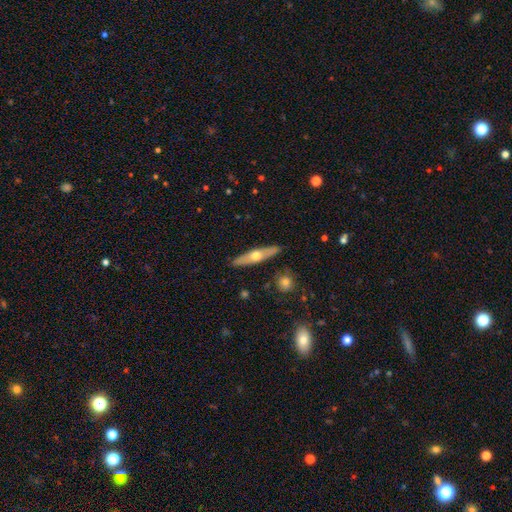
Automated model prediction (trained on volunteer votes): featured or disk 58%, smooth 36%, star or artifact 6%. Down the decision tree: edge-on disk — yes (90%); edge-on bulge — rounded (92%); merging — none (89%).